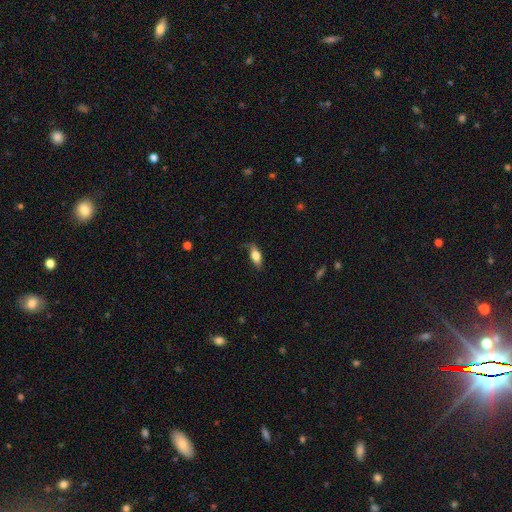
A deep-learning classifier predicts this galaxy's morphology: smooth_or_featured: smooth (p=0.71) [alt: featured or disk p=0.22]
how_rounded: in between (p=0.76) [alt: cigar-shaped p=0.21]
merging: none (p=0.64) [alt: minor disturbance p=0.27]